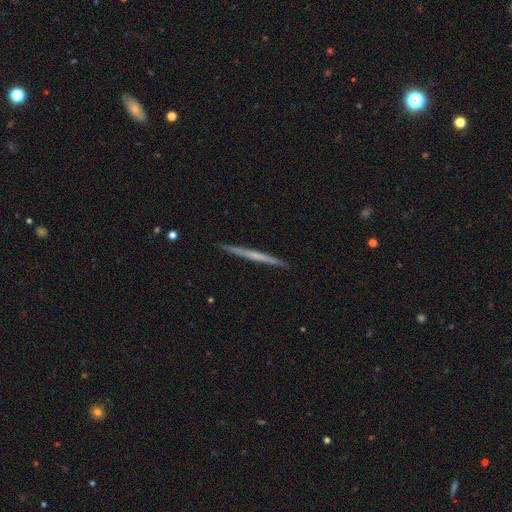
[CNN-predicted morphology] Smooth or featured? Predicted: featured or disk (p=0.55). Edge-on disk? Predicted: yes (p=0.98). Edge-on bulge? Predicted: none (p=0.84). Merging? Predicted: none (p=0.92).